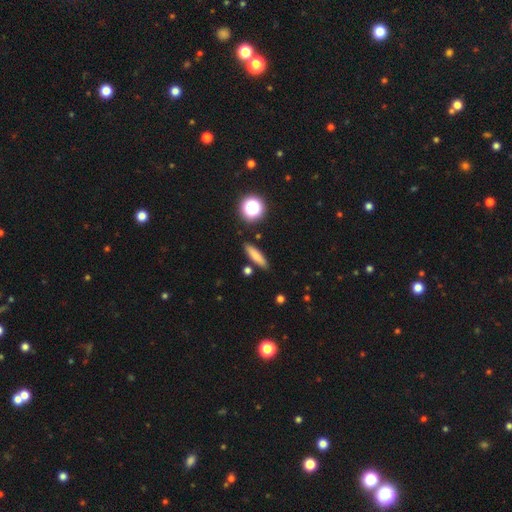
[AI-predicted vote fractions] The model was most divided on "how rounded": cigar-shaped: 75%, in between: 20%, round: 5%. More confident: merging — none (87%); smooth or featured — smooth (78%).